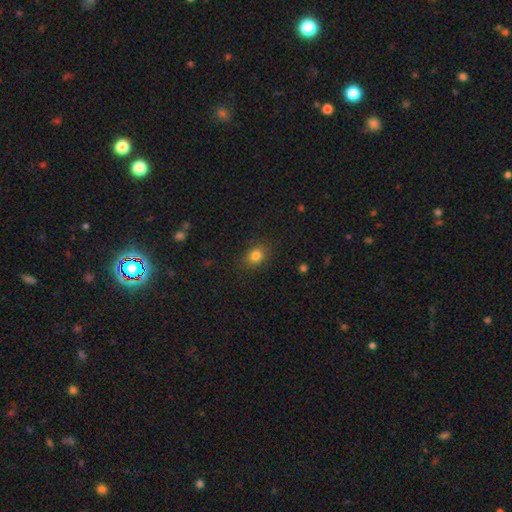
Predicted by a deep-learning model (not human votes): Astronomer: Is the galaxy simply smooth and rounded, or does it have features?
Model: smooth — 82%.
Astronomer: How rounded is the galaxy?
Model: in between — 50% (runner-up: round, 48%).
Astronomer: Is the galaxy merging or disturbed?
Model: none — 86%.